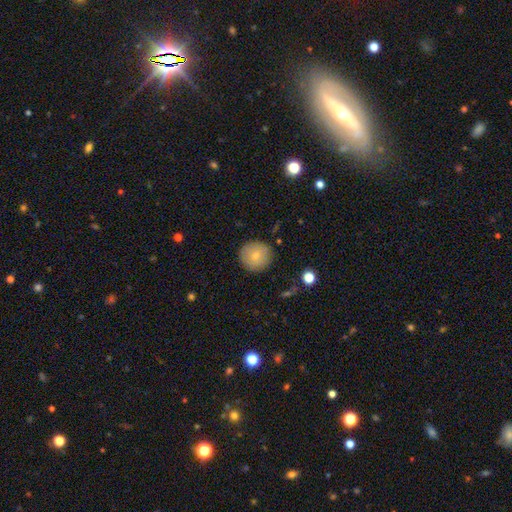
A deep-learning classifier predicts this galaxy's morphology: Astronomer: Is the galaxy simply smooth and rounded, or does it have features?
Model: smooth — 77%.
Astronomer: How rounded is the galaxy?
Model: round — 94%.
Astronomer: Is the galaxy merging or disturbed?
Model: none — 86%.